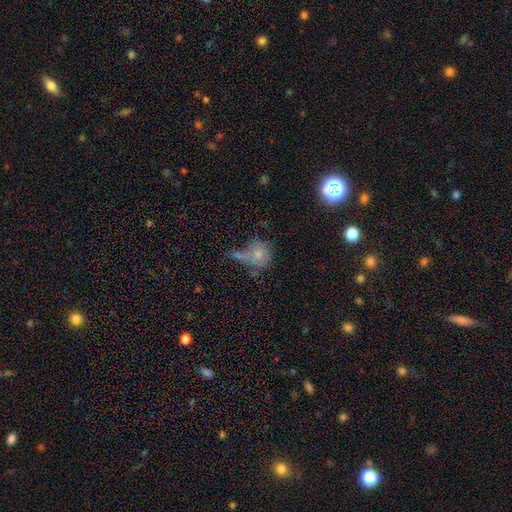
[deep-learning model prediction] This appears to be a smooth galaxy with no disk features (61%) that is round (72%). Merging: none (38%).